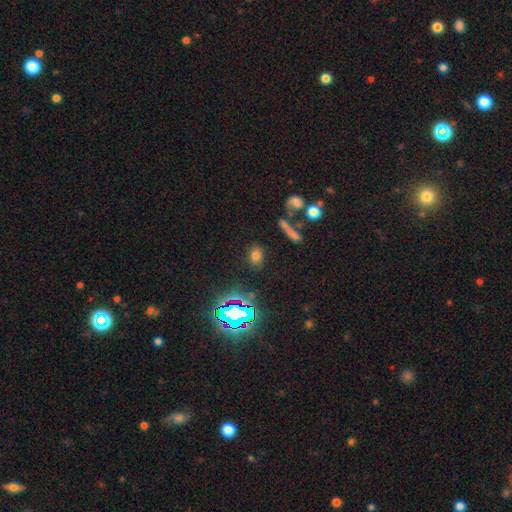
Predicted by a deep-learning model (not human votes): Smooth or featured: smooth — 68% (star or artifact — 23%)
How rounded: in between — 67% (round — 28%)
Merging: none — 84% (minor disturbance — 9%)